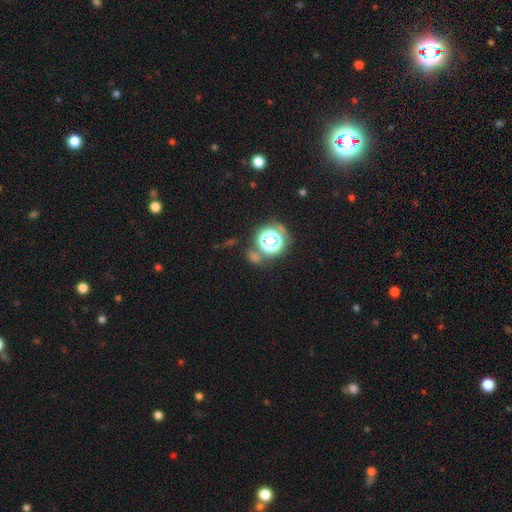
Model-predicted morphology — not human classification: star or artifact 60%, smooth 29%, featured or disk 10%.